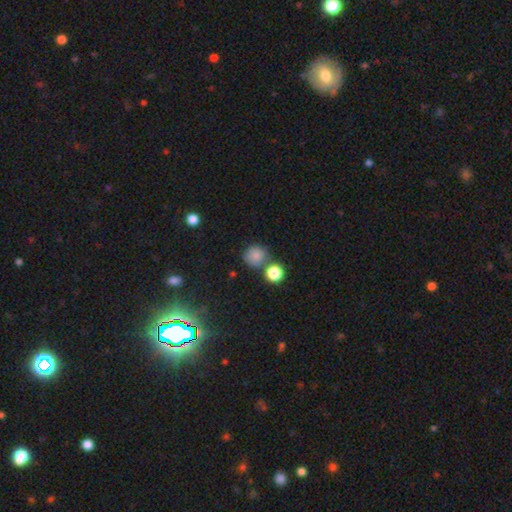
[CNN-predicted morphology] A smooth galaxy with no disk features (80%) that is round (87%).

Vote fractions:
- Smooth or featured? smooth: 80% / star or artifact: 13% / featured or disk: 7%
- How rounded? round: 87% / in between: 12% / cigar-shaped: 1%
- Merging? none: 64% / merger: 18% / minor disturbance: 14% / major disturbance: 5%